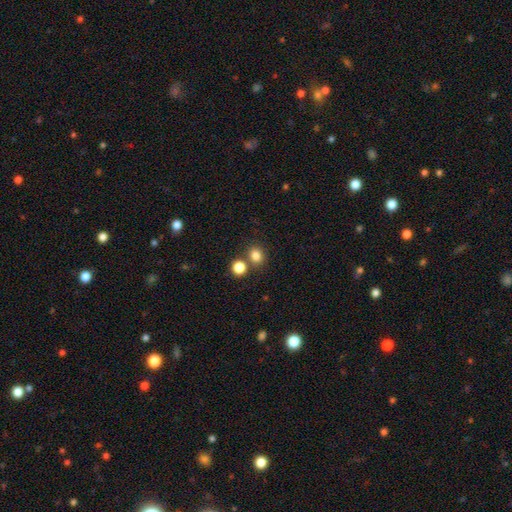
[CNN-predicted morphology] Q: Smooth or featured?
A: smooth (81%); runner-up: star or artifact (14%)
Q: How rounded?
A: round (74%); runner-up: in between (25%)
Q: Merging?
A: none (69%); runner-up: merger (20%)